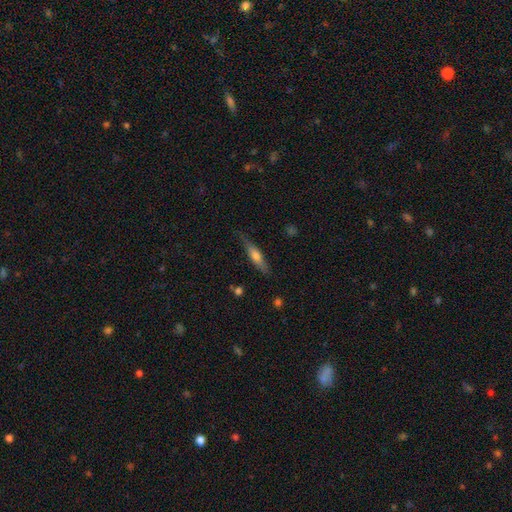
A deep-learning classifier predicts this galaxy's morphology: Q: Smooth or featured?
A: smooth (53%); runner-up: featured or disk (41%)
Q: How rounded?
A: cigar-shaped (78%); runner-up: in between (20%)
Q: Merging?
A: none (76%); runner-up: minor disturbance (19%)